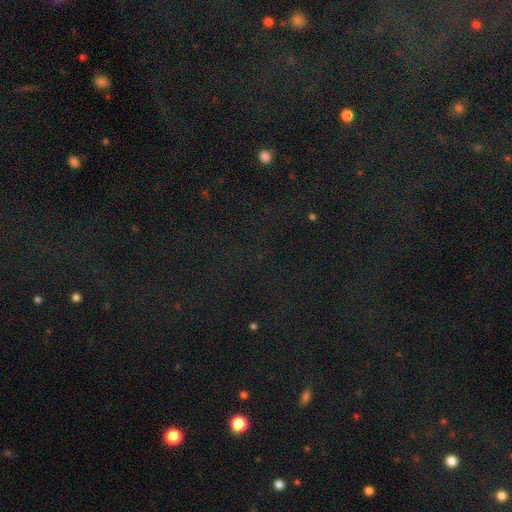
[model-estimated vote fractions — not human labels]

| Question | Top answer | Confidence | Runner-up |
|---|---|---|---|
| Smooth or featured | star or artifact | 79% | smooth (12%) |